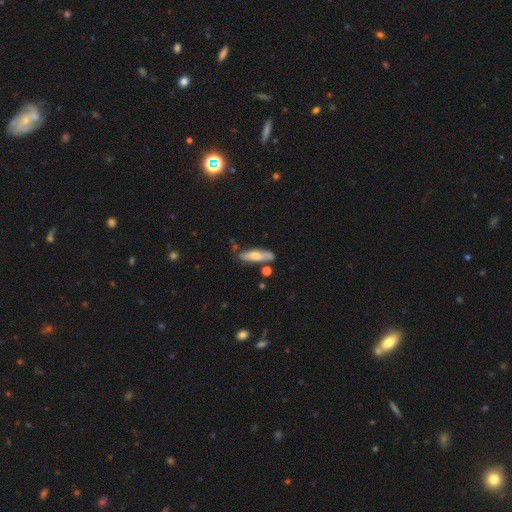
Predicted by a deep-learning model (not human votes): A smooth galaxy with no disk features (59%) that is cigar-shaped (57%).

Vote fractions:
- Smooth or featured? smooth: 59% / featured or disk: 35% / star or artifact: 6%
- How rounded? cigar-shaped: 57% / in between: 41% / round: 2%
- Merging? none: 70% / minor disturbance: 18% / merger: 8% / major disturbance: 4%